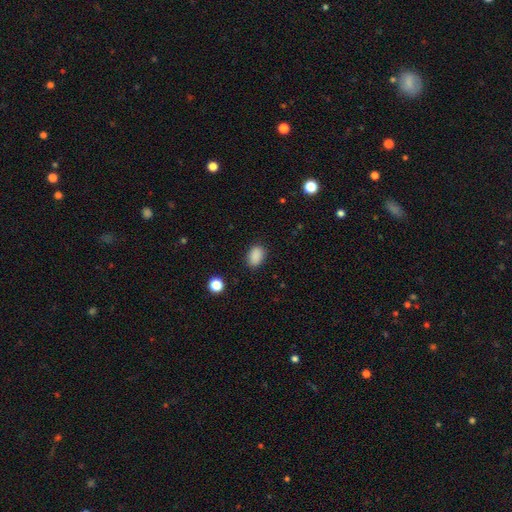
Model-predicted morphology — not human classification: Overall: smooth (88%). How rounded: in between (82%). Merging: none (85%).